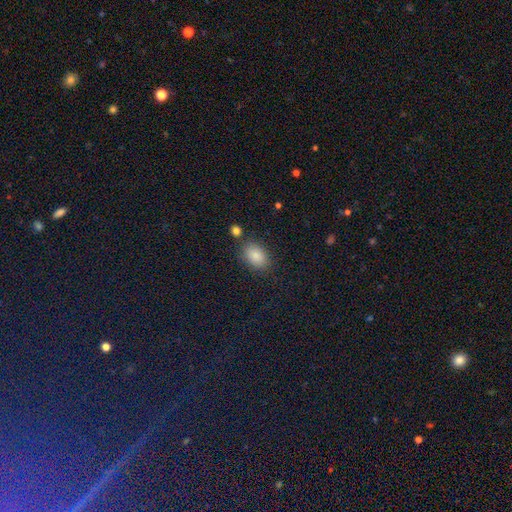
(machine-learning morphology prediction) Q: Smooth or featured?
A: smooth (86%); runner-up: star or artifact (8%)
Q: How rounded?
A: in between (86%); runner-up: round (13%)
Q: Merging?
A: none (79%); runner-up: minor disturbance (12%)